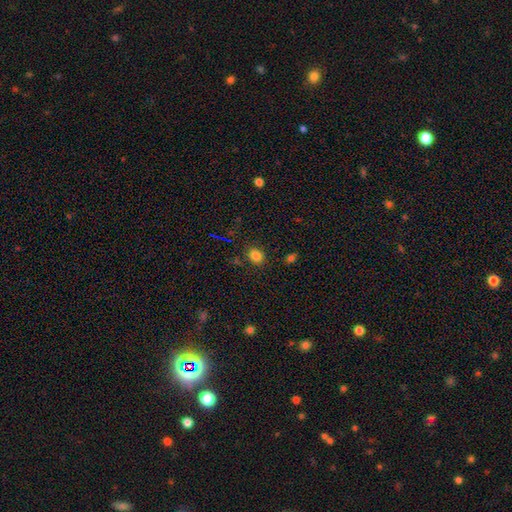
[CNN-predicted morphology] A smooth galaxy with no disk features (81%) that is round (50%).

Vote fractions:
- Smooth or featured? smooth: 81% / star or artifact: 14% / featured or disk: 5%
- How rounded? round: 50% / in between: 49% / cigar-shaped: 1%
- Merging? none: 82% / minor disturbance: 11% / major disturbance: 4% / merger: 3%